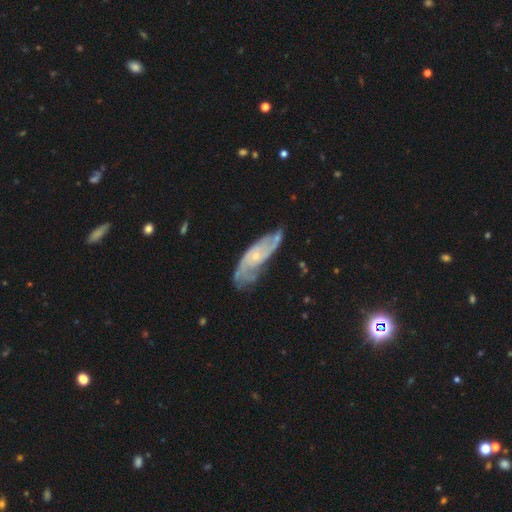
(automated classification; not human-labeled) Smooth or featured? Predicted: featured or disk (p=0.79). Edge-on disk? Predicted: no (p=0.88). Bar? Predicted: no (p=0.68). Spiral arms? Predicted: yes (p=0.92). Spiral winding? Predicted: medium (p=0.42). Spiral arm count? Predicted: 2 (p=0.42). Bulge size? Predicted: small (p=0.76). Merging? Predicted: none (p=0.61).